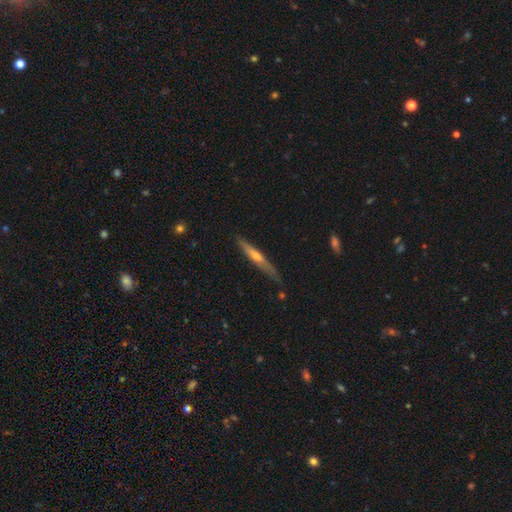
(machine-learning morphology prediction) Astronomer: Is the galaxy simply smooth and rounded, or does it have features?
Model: featured or disk — 60%.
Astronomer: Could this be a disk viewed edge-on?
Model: yes — 94%.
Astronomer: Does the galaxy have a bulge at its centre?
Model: rounded — 76%.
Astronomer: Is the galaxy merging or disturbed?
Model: none — 79%.